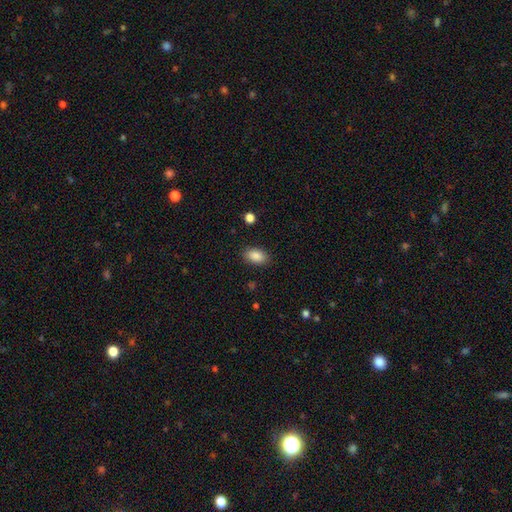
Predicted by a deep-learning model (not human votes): smooth-or-featured: smooth: 88% | star or artifact: 8% | featured or disk: 4%
  how-rounded: in between: 91% | round: 7% | cigar-shaped: 2%
  merging: none: 87% | minor disturbance: 9% | major disturbance: 3% | merger: 1%